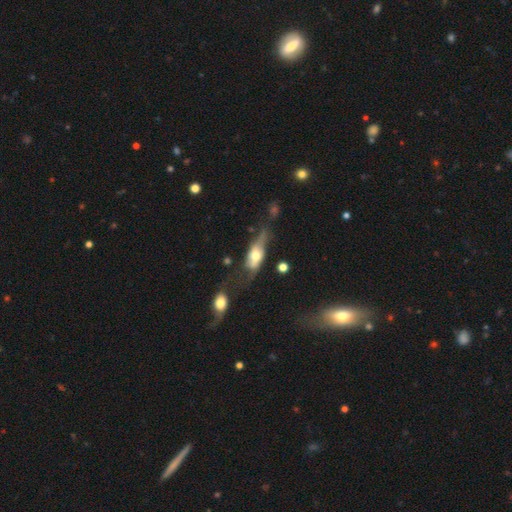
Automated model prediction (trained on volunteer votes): featured or disk 48%, smooth 45%, star or artifact 7%. Down the decision tree: merging — none (32%).